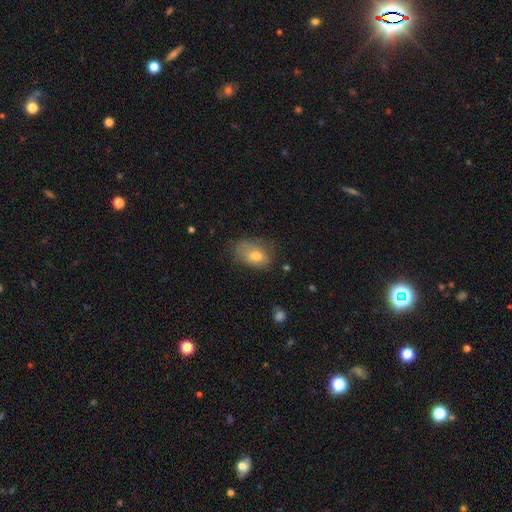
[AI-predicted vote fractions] A smooth galaxy with no disk features (69%) that is in between round and cigar-shaped (80%). Merging: none (55%).